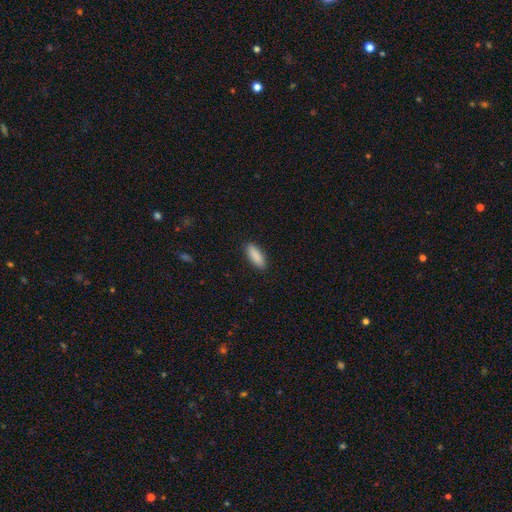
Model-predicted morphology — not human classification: This appears to be a smooth galaxy with no disk features (90%) that is in between round and cigar-shaped (64%). Merging: none (90%).